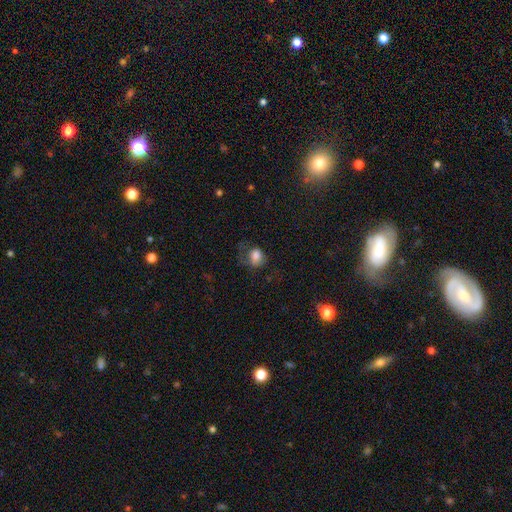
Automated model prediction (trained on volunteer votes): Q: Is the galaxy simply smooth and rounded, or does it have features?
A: smooth — 79%.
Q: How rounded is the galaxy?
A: round — 58%.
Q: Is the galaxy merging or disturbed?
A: none — 46%.